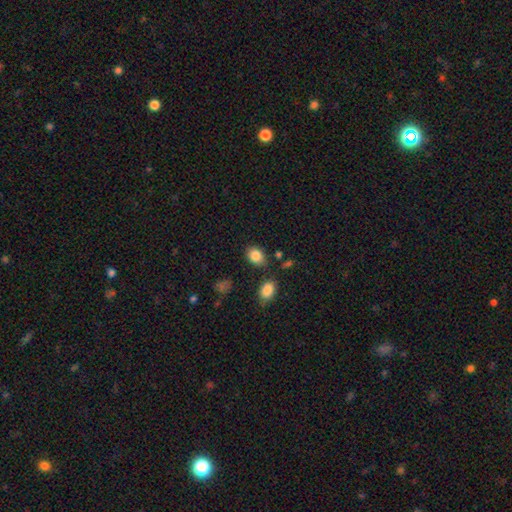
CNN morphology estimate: The model was most divided on "how rounded": in between: 72%, round: 27%, cigar-shaped: 1%. More confident: smooth or featured — smooth (85%); merging — none (75%).